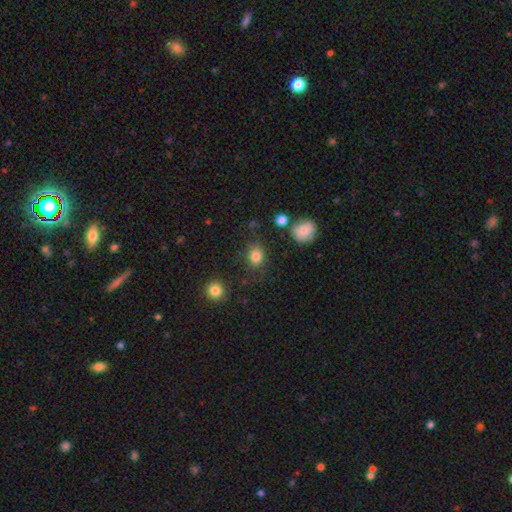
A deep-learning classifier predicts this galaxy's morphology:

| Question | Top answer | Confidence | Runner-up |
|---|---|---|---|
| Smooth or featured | smooth | 82% | star or artifact (11%) |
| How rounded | round | 57% | in between (41%) |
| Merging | none | 74% | minor disturbance (17%) |